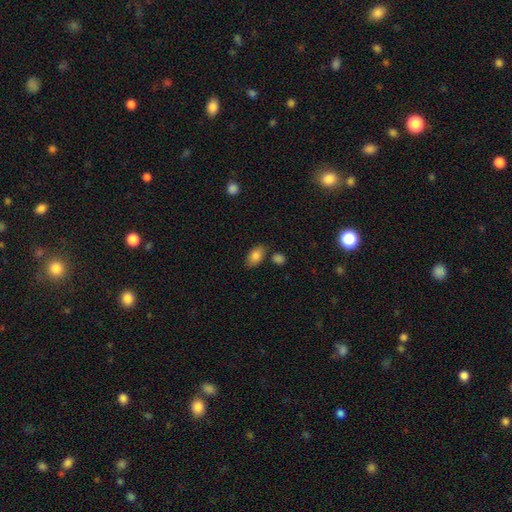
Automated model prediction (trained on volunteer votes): Smooth or featured? smooth (84%)
How rounded? in between (91%)
Merging? none (75%)